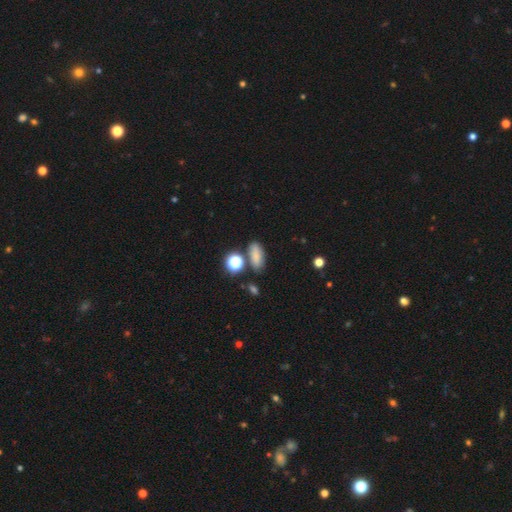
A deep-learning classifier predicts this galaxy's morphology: Overall: smooth (77%). How rounded: in between (77%). Merging: none (72%).